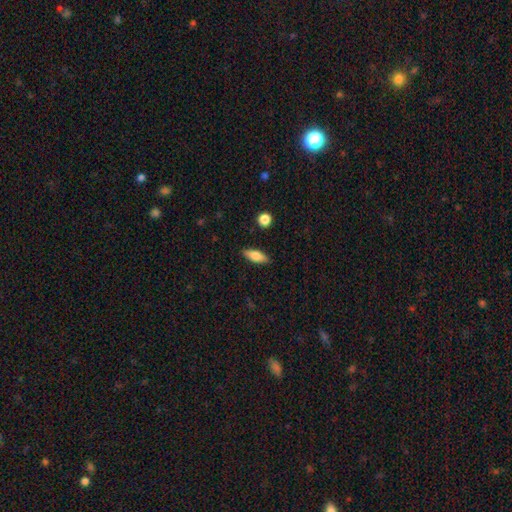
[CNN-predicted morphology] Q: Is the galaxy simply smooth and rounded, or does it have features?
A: smooth — 72%.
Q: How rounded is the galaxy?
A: in between — 63%.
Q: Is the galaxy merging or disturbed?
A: none — 87%.